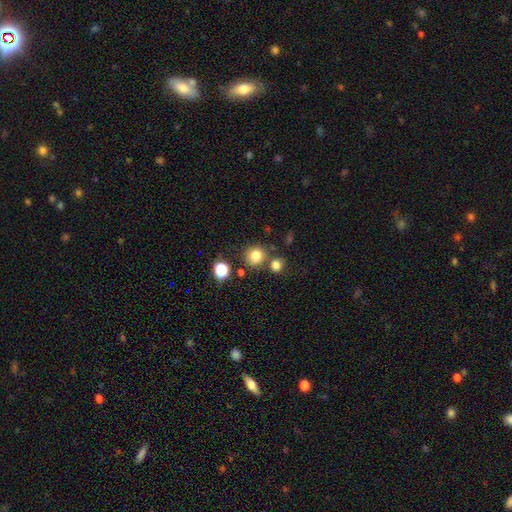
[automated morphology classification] type=smooth (78%); roundness=round (86%); merging=none (75%).